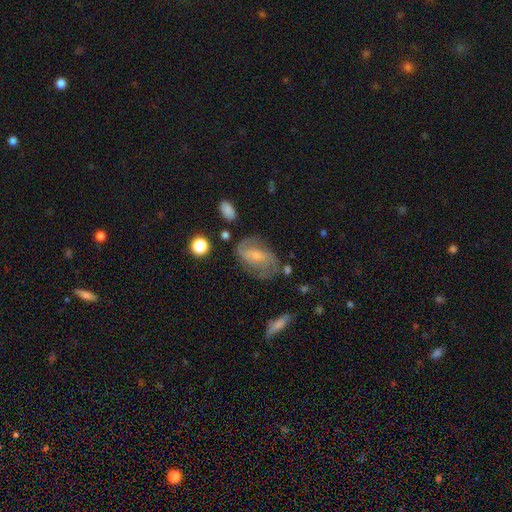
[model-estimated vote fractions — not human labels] Overall: featured or disk (71%). Edge-on disk: no (96%). Bar: weak (47%; no 31%). Spiral arms: yes (89%). Spiral arm count: 2 (76%). Spiral winding: medium (48%; loose 26%). Bulge size: small (57%; moderate 32%). Merging: none (64%).